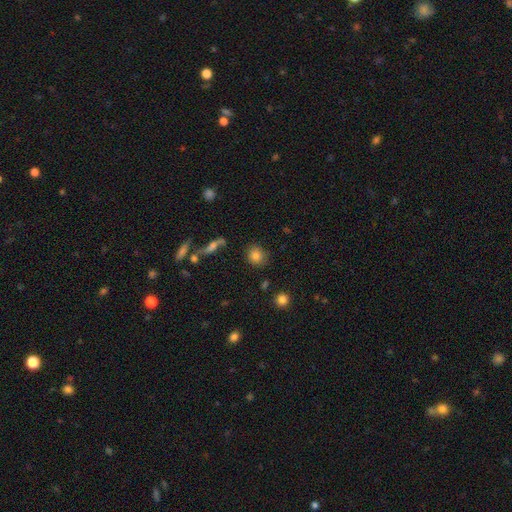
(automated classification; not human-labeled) The model was most divided on "how rounded": round: 82%, in between: 17%, cigar-shaped: 1%. More confident: merging — none (84%); smooth or featured — smooth (80%).